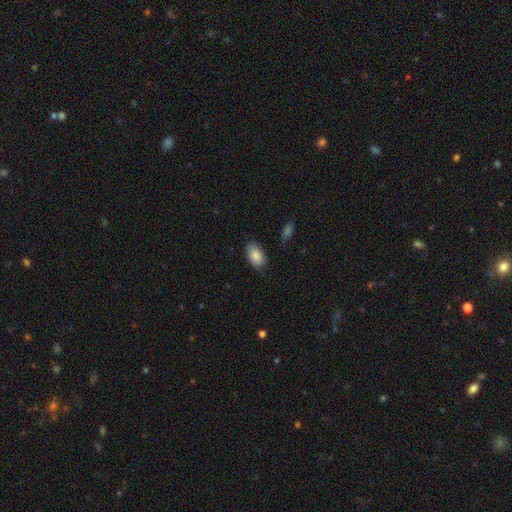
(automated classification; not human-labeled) Smooth or featured? Predicted: smooth (p=0.86). How rounded? Predicted: in between (p=0.92). Merging? Predicted: none (p=0.82).